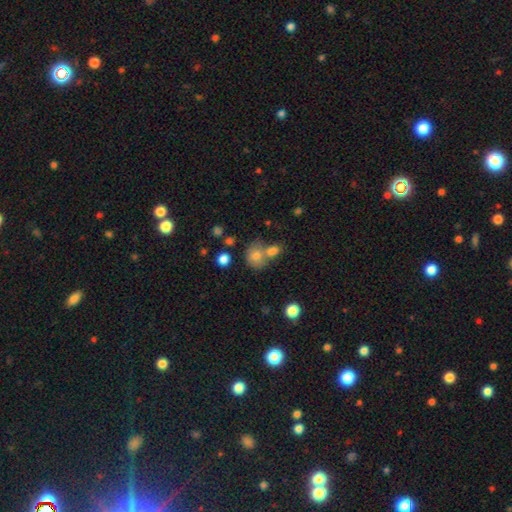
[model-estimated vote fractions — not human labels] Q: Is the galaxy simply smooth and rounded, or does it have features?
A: smooth — 78%.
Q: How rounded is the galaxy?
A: round — 65%.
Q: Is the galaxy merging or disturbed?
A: none — 43%.